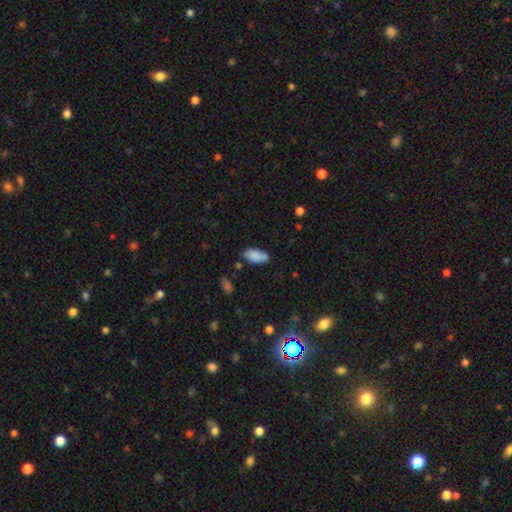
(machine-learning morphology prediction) This is clearly a smooth galaxy (87%). How rounded: clearly in between (91%). Merging: likely none (75%).